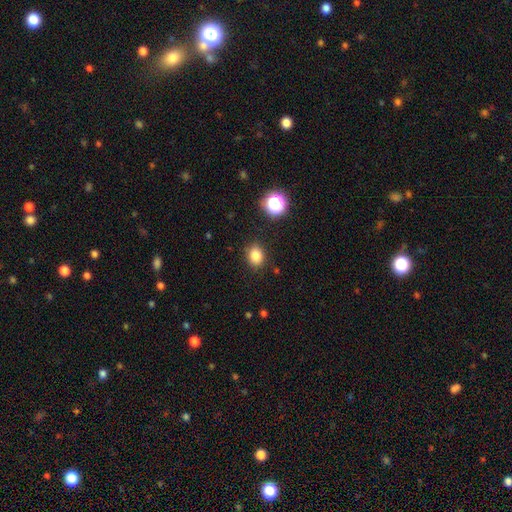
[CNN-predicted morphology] smooth_or_featured: smooth (p=0.82) [alt: star or artifact p=0.13]
how_rounded: round (p=0.53) [alt: in between p=0.46]
merging: none (p=0.86) [alt: minor disturbance p=0.09]